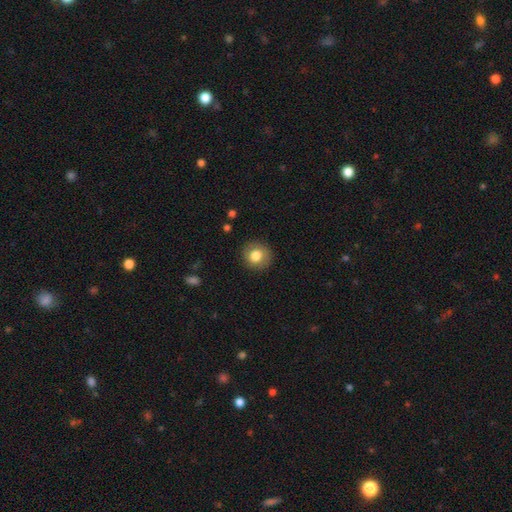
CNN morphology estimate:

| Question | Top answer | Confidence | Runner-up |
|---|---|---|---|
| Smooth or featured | smooth | 81% | featured or disk (10%) |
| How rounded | round | 90% | in between (9%) |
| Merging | none | 89% | minor disturbance (7%) |